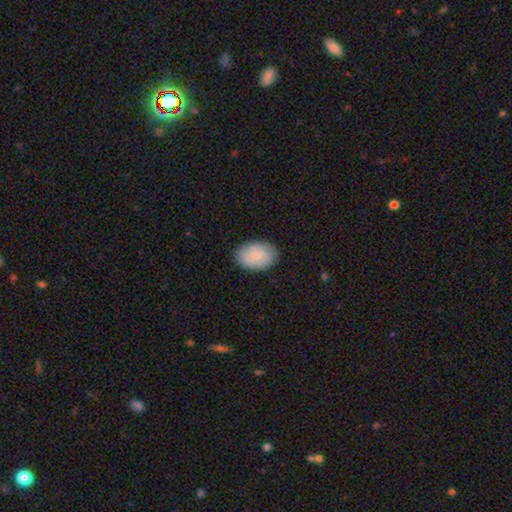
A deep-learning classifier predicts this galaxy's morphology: This appears to be a smooth galaxy with no disk features (68%) that is in between round and cigar-shaped (83%). Merging: none (83%).